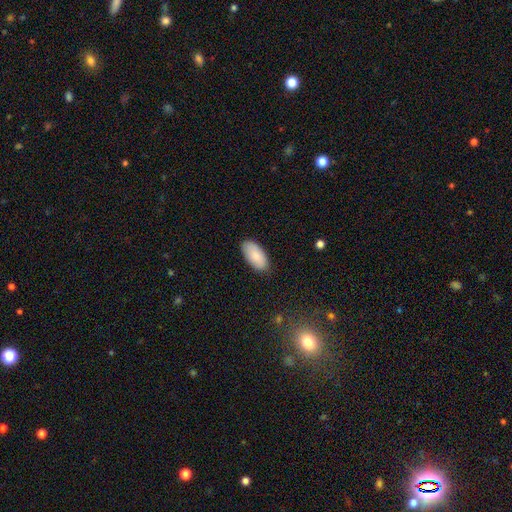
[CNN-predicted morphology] Overall: smooth (86%). How rounded: in between (94%). Merging: none (86%).